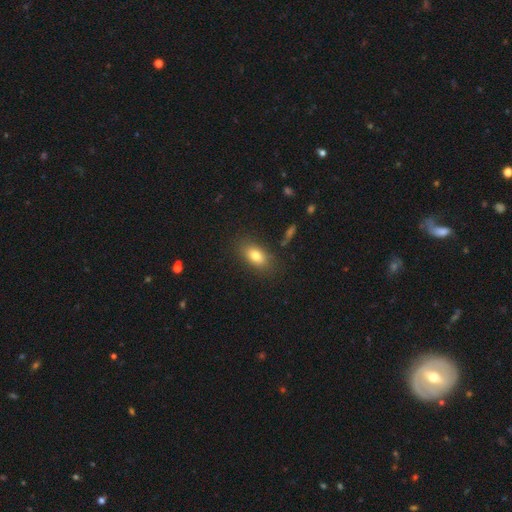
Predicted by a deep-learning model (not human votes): This appears to be a smooth galaxy with no disk features (78%) that is in between round and cigar-shaped (86%). Merging: none (81%).